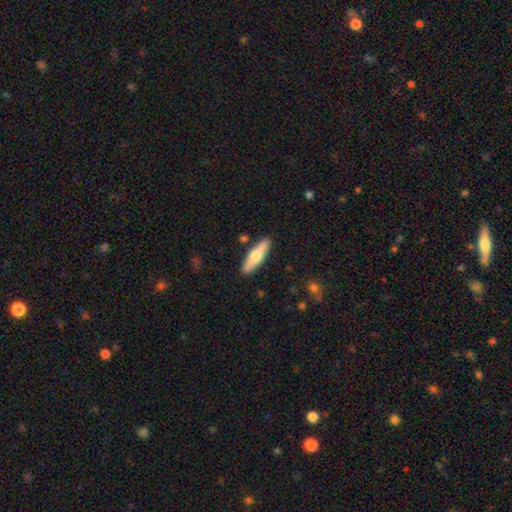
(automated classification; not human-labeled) The model was most divided on "smooth or featured": smooth: 59%, featured or disk: 36%, star or artifact: 5%. More confident: merging — none (88%); how rounded — cigar-shaped (69%).